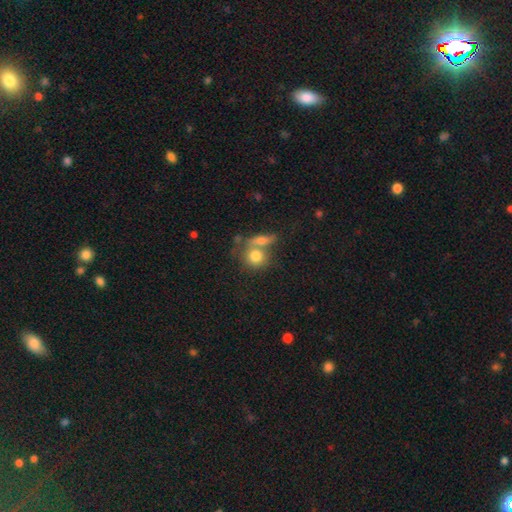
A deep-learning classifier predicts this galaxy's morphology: type=smooth (77%); roundness=round (75%); merging=merger (47%).